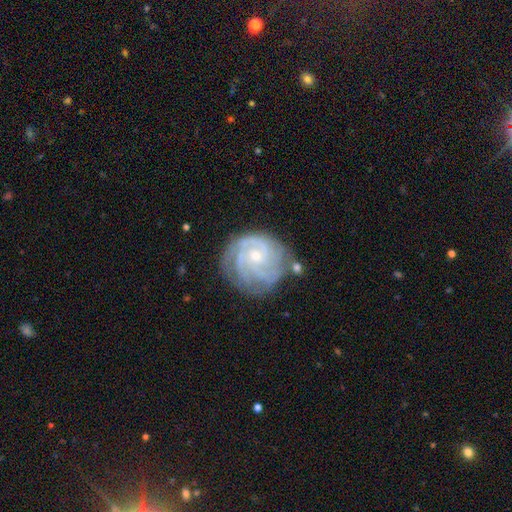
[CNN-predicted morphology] smooth-or-featured: featured or disk: 86% | smooth: 8% | star or artifact: 6%
  disk-edge-on: no: 98% | yes: 2%
    bar: no: 69% | weak: 26% | strong: 5%
    has-spiral-arms: yes: 97% | no: 3%
      spiral-winding: tight: 73% | medium: 23% | loose: 4%
      spiral-arm-count: 3: 34% | 4: 21% | can't tell: 20% | 2: 14% | more than 4: 6% | 1: 5%
    bulge-size: small: 65% | moderate: 31% | none: 2% | large: 1% | dominant: 1%
  merging: none: 71% | minor disturbance: 19% | major disturbance: 6% | merger: 4%